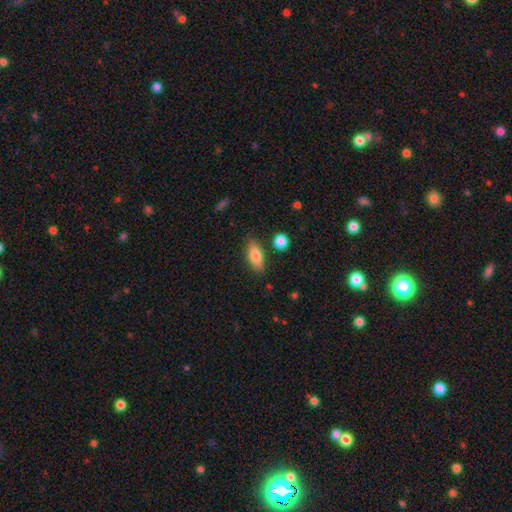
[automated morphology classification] type=smooth (78%); roundness=in between (73%); merging=none (81%).